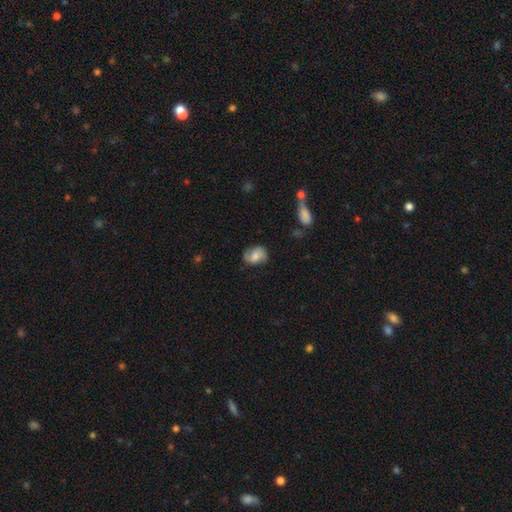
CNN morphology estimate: smooth 58%, featured or disk 34%, star or artifact 8%. Down the decision tree: how rounded — in between (63%); merging — none (68%).